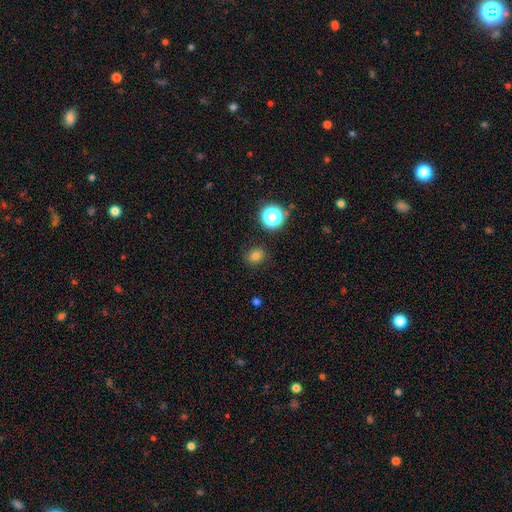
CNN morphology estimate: This is likely a smooth galaxy (75%). How rounded: likely round (75%). Merging: clearly none (83%).